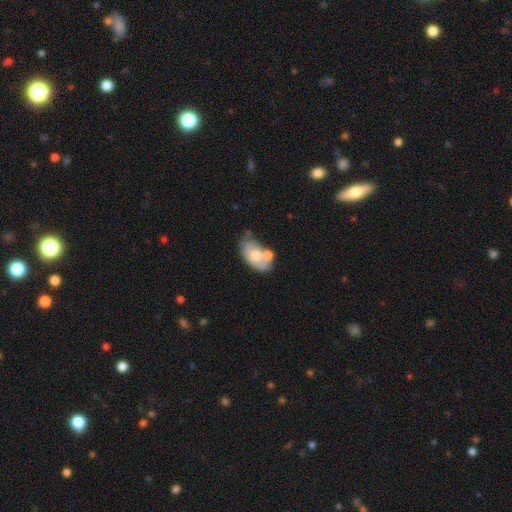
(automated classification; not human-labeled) Morphology: type=smooth (66%); roundness=in between (92%); merging=none (35%).